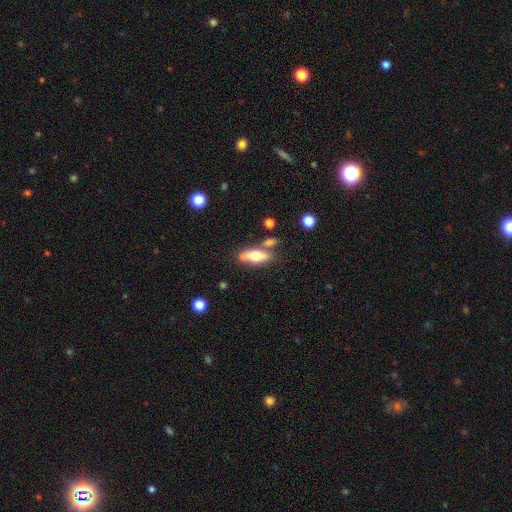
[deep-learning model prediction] A smooth galaxy with no disk features (60%) that is in between round and cigar-shaped (68%). Merging: none (60%).